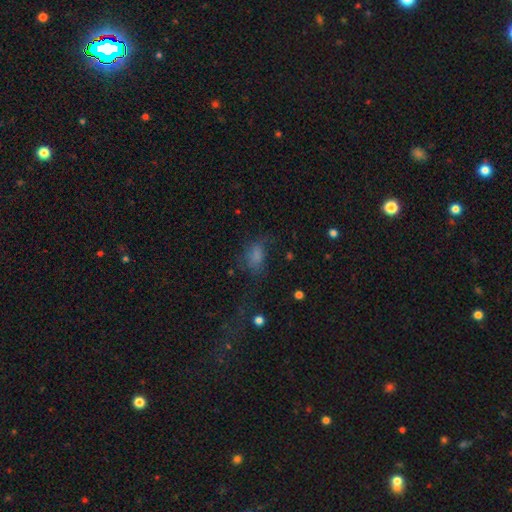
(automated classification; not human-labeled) Overall: smooth (68%). How rounded: in between (82%). Merging: none (39%; major disturbance 35%).